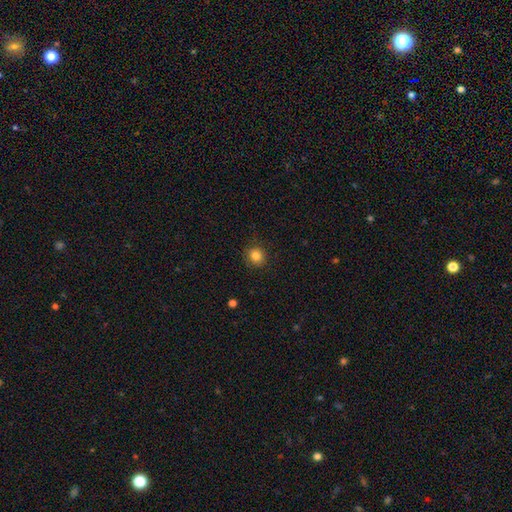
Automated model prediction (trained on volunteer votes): A smooth galaxy with no disk features (84%) that is round (86%). Merging: none (89%).